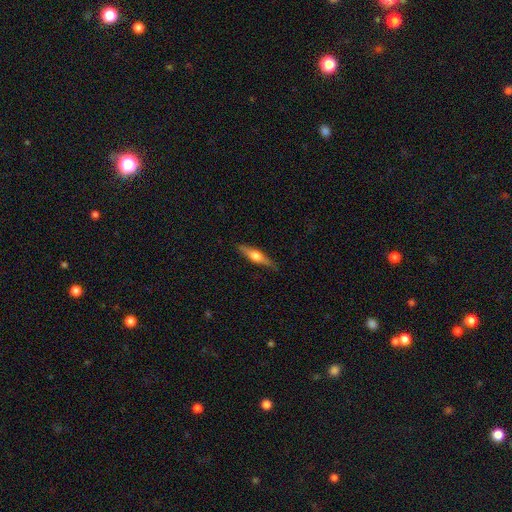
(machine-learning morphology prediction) Q: Smooth or featured?
A: featured or disk (61%); runner-up: smooth (33%)
Q: Edge-on disk?
A: yes (96%); runner-up: no (4%)
Q: Edge-on bulge?
A: rounded (93%); runner-up: boxy (5%)
Q: Merging?
A: none (85%); runner-up: minor disturbance (11%)